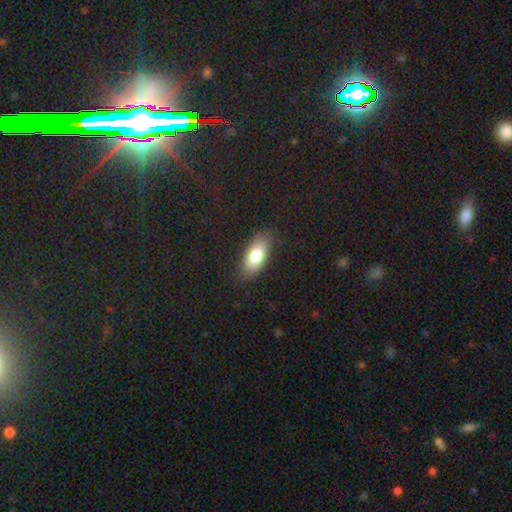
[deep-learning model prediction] Overall: smooth (79%). How rounded: in between (85%). Merging: none (84%).